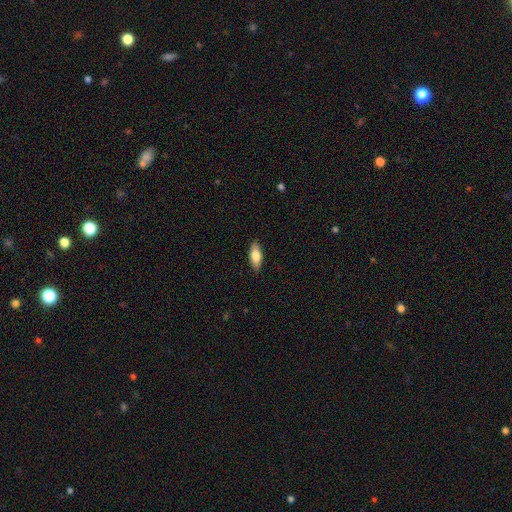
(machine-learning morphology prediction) A smooth galaxy with no disk features (75%) that is in between round and cigar-shaped (77%).

Vote fractions:
- Smooth or featured? smooth: 75% / featured or disk: 19% / star or artifact: 6%
- How rounded? in between: 77% / cigar-shaped: 20% / round: 3%
- Merging? none: 88% / minor disturbance: 9% / major disturbance: 2% / merger: 1%